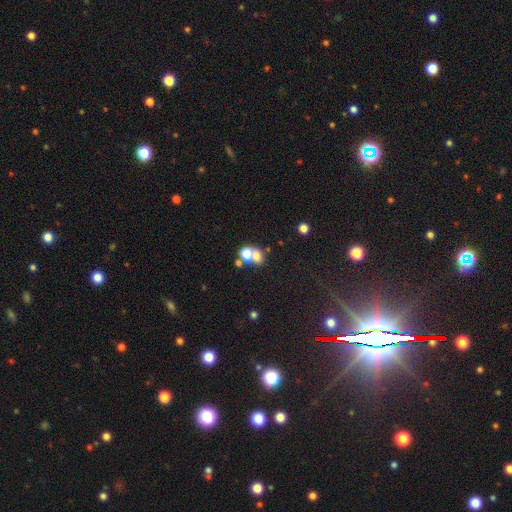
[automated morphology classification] The model was most divided on "how rounded": round: 59%, in between: 39%, cigar-shaped: 1%. More confident: smooth or featured — smooth (67%); merging — merger (56%).